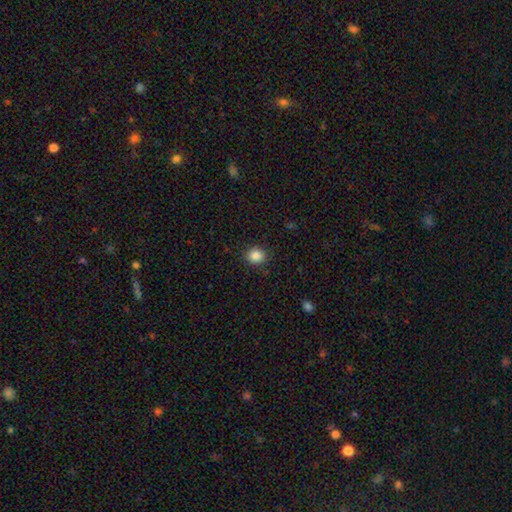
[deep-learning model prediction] A smooth galaxy with no disk features (85%) that is round (75%). Merging: none (90%).